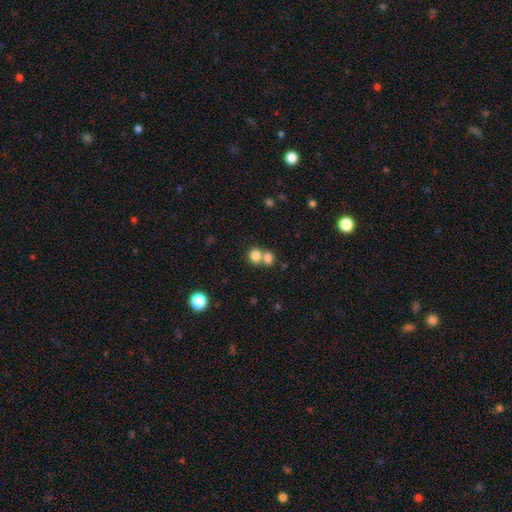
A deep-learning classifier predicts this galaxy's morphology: smooth-or-featured: smooth: 80% | star or artifact: 11% | featured or disk: 9%
  how-rounded: round: 67% | in between: 32% | cigar-shaped: 1%
  merging: merger: 53% | none: 38% | minor disturbance: 6% | major disturbance: 3%